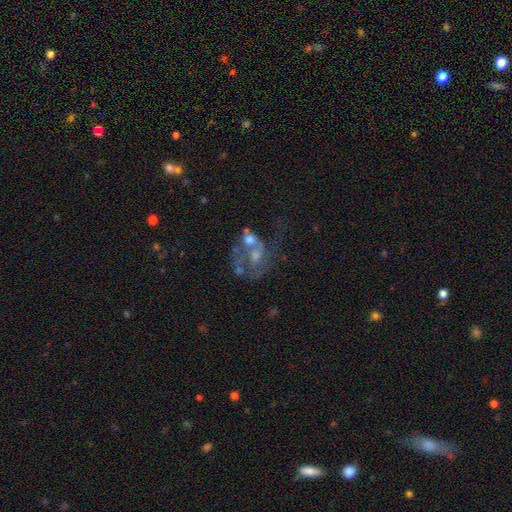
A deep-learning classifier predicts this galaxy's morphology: featured or disk 63%, smooth 22%, star or artifact 15%. Down the decision tree: edge-on disk — no (97%); bar — no (77%); spiral arms — no (61%); bulge size — moderate (45%); merging — merger (34%).